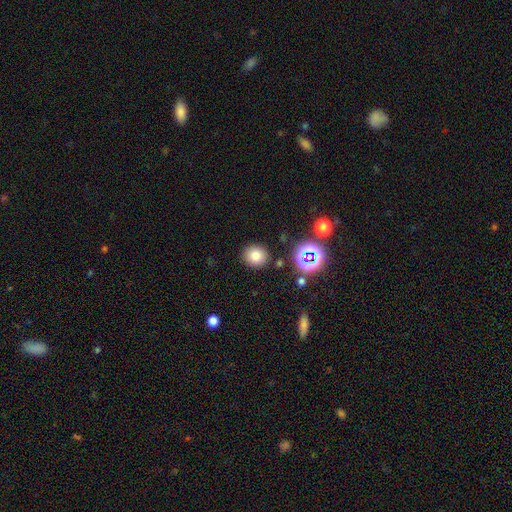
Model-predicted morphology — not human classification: Overall: smooth (77%). How rounded: round (81%). Merging: none (87%).